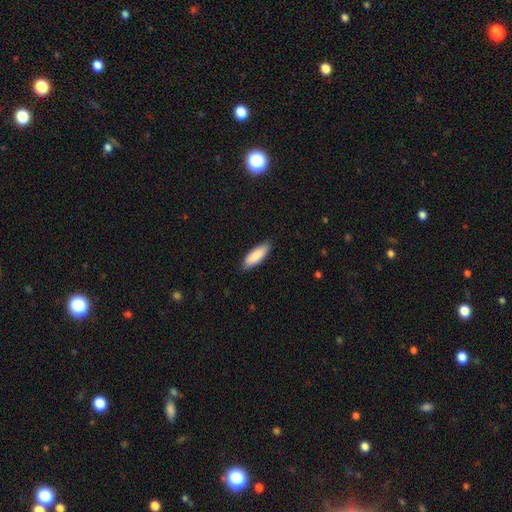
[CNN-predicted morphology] This appears to be a smooth galaxy with no disk features (88%) that is in between round and cigar-shaped (62%). Merging: none (87%).